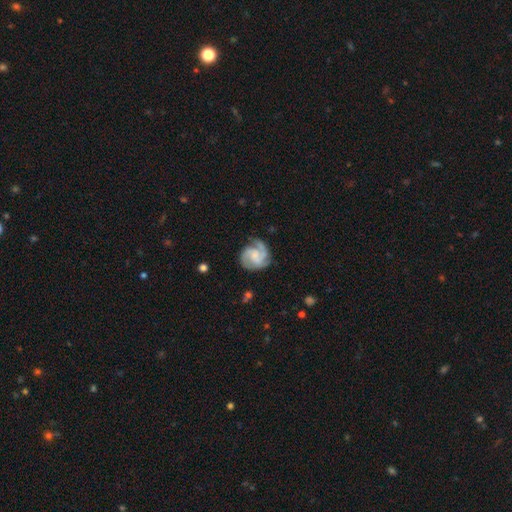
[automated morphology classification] type=featured or disk (82%); edge-on=no (98%); bar=no (58%); spiral arms=yes (97%); winding=tight (45%); arm count=3 (50%); bulge=small (38%); merging=none (71%).